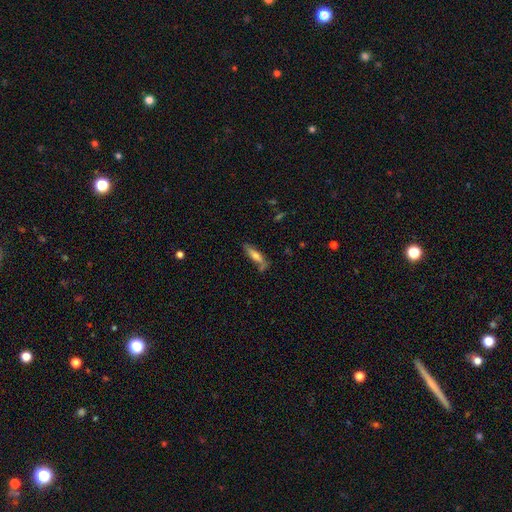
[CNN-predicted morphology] Q: Smooth or featured?
A: smooth (61%); runner-up: featured or disk (32%)
Q: How rounded?
A: cigar-shaped (69%); runner-up: in between (29%)
Q: Merging?
A: none (65%); runner-up: minor disturbance (20%)